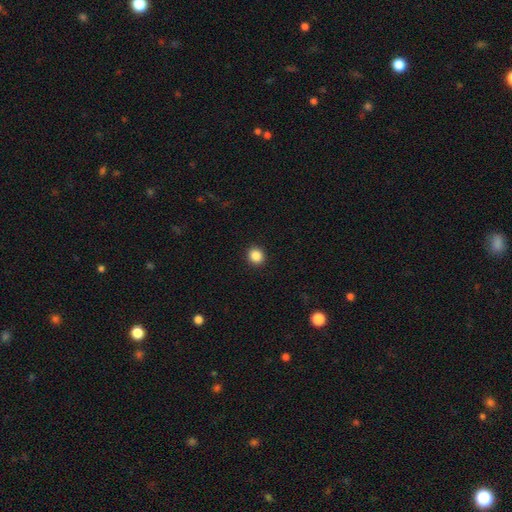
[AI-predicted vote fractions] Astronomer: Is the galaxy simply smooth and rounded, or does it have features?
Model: smooth — 87%.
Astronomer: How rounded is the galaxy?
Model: round — 86%.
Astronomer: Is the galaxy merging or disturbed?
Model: none — 93%.